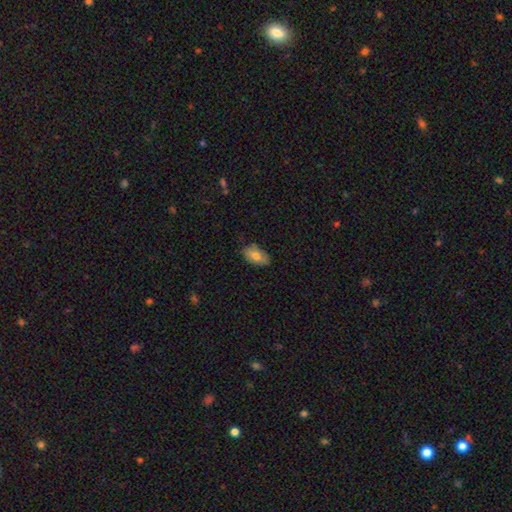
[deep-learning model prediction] smooth_or_featured: smooth (p=0.75) [alt: featured or disk p=0.18]
how_rounded: in between (p=0.92) [alt: round p=0.05]
merging: none (p=0.79) [alt: minor disturbance p=0.17]